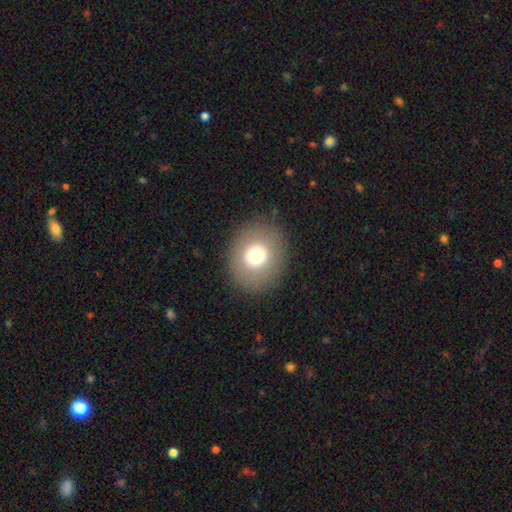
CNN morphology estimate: Smooth or featured? smooth (73%)
How rounded? round (79%)
Merging? none (87%)